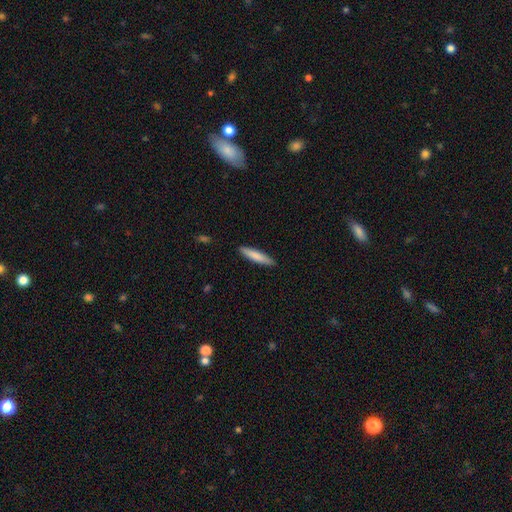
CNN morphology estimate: The model was most divided on "smooth or featured": smooth: 80%, featured or disk: 15%, star or artifact: 5%. More confident: merging — none (89%); how rounded — cigar-shaped (87%).